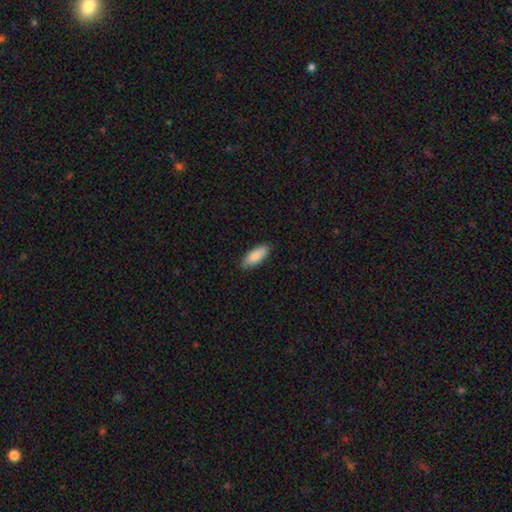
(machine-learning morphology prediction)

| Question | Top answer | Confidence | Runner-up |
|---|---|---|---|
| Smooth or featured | smooth | 89% | featured or disk (6%) |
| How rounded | in between | 78% | cigar-shaped (20%) |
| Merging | none | 89% | minor disturbance (9%) |